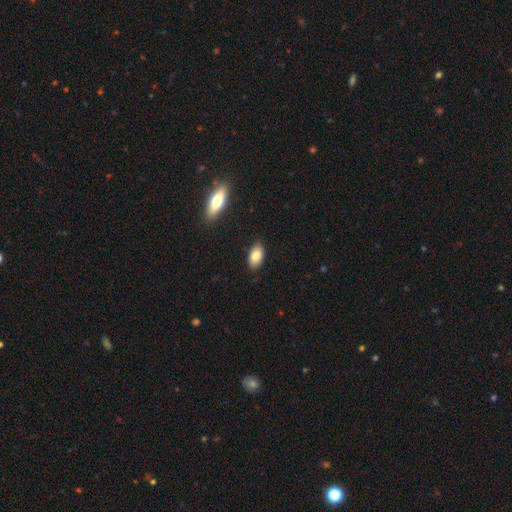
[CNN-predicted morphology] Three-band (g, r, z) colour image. It shows a smooth galaxy with no disk features (83%) that is in between round and cigar-shaped (92%). Merging: none (87%).